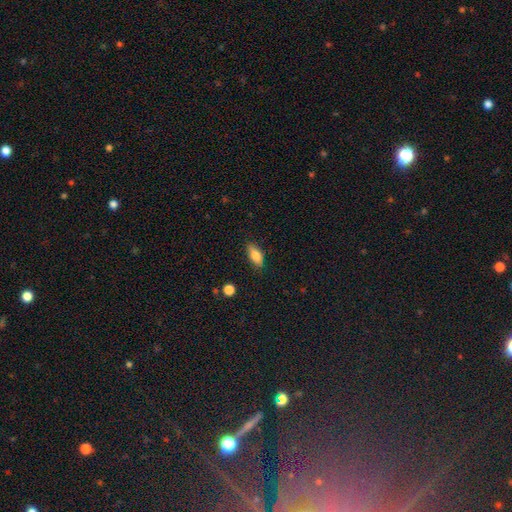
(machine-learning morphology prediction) smooth-or-featured: smooth: 79% | featured or disk: 13% | star or artifact: 7%
  how-rounded: in between: 80% | cigar-shaped: 17% | round: 3%
  merging: none: 82% | minor disturbance: 13% | major disturbance: 3% | merger: 1%